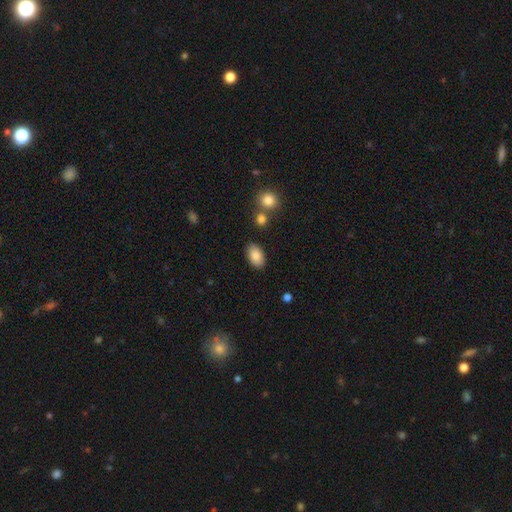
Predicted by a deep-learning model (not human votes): This appears to be a smooth galaxy with no disk features (86%) that is in between round and cigar-shaped (92%). Merging: none (85%).